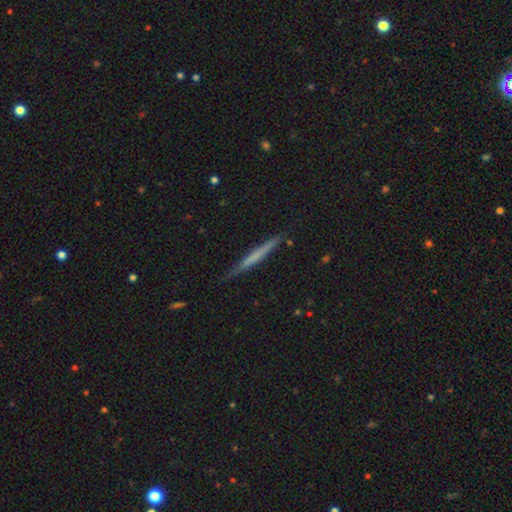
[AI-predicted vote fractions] Morphology: type=smooth (47%, tied with featured or disk); merging=none (87%).